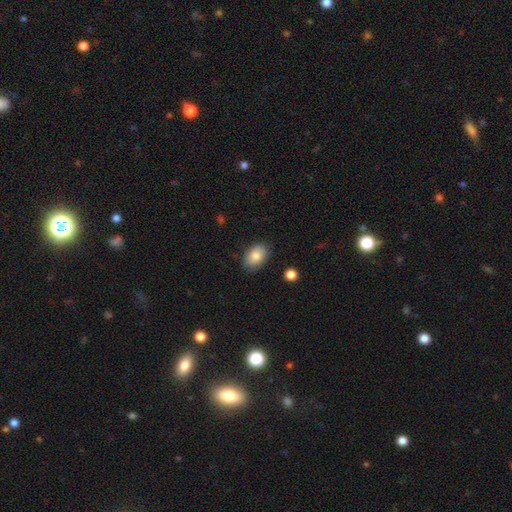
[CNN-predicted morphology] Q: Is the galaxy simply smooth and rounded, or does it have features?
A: smooth — 83%.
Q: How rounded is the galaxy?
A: in between — 87%.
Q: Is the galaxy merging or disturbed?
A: none — 82%.